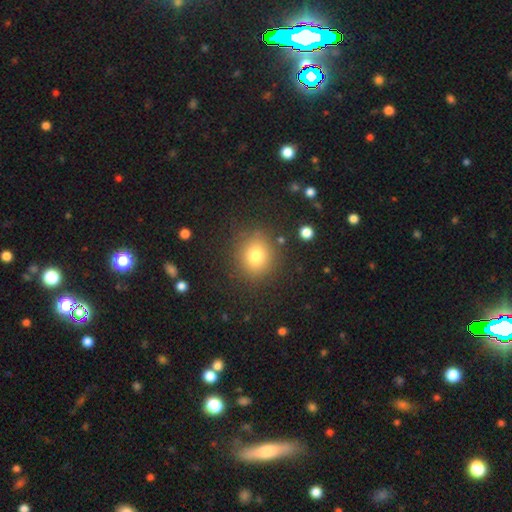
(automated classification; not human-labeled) Smooth or featured?
  - smooth: 77% *
  - star or artifact: 14%
  - featured or disk: 9%
How rounded?
  - round: 79% *
  - in between: 20%
  - cigar-shaped: 1%
Merging?
  - none: 86% *
  - minor disturbance: 8%
  - major disturbance: 4%
  - merger: 2%